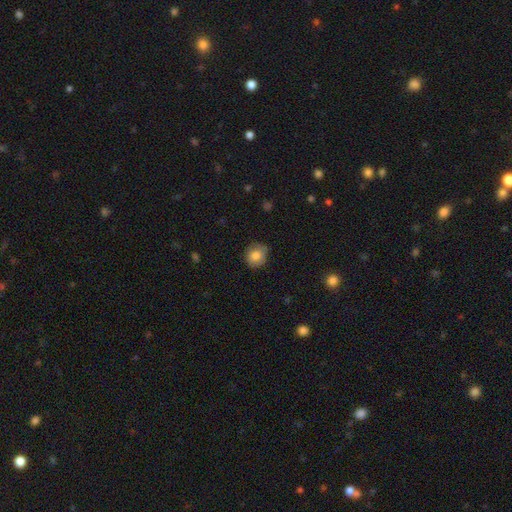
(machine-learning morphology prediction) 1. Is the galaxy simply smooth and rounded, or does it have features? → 81% smooth, 10% featured or disk, 9% star or artifact.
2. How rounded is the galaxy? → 84% round, 15% in between, 1% cigar-shaped.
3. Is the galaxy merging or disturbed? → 79% none, 17% minor disturbance, 3% major disturbance, 1% merger.